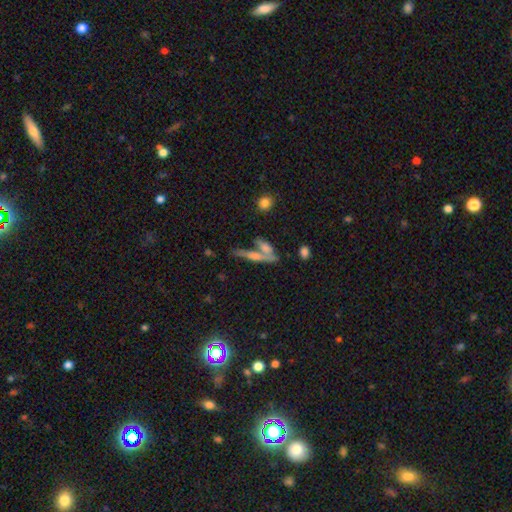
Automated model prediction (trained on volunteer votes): The model was most divided on "smooth or featured": smooth: 42%, featured or disk: 40%, star or artifact: 17%. Remaining: merging — none (43%).